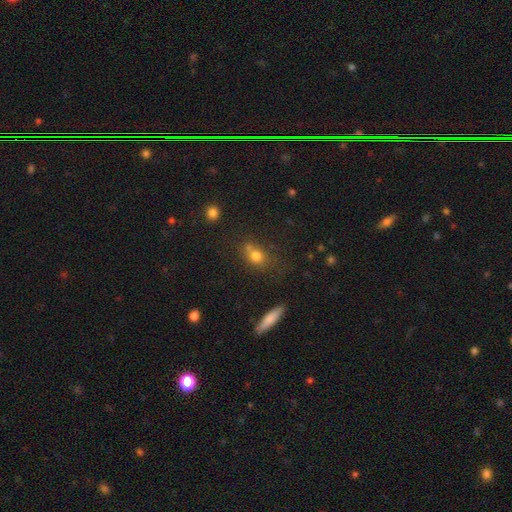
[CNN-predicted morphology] smooth_or_featured: smooth (p=0.73) [alt: star or artifact p=0.14]
how_rounded: in between (p=0.48) [alt: round p=0.46]
merging: none (p=0.52) [alt: merger p=0.22]